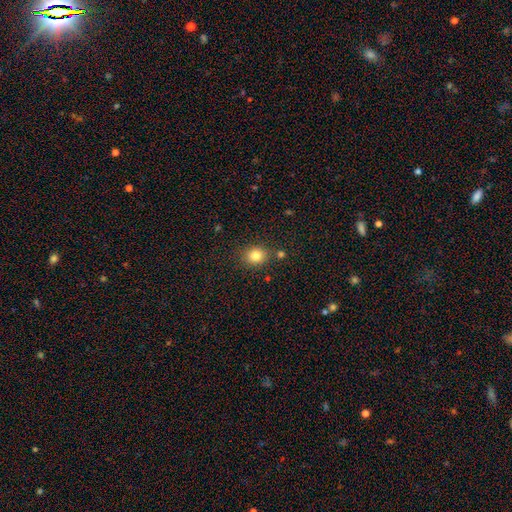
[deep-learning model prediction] Smooth or featured?
  - smooth: 83% *
  - star or artifact: 11%
  - featured or disk: 6%
How rounded?
  - round: 64% *
  - in between: 35%
  - cigar-shaped: 1%
Merging?
  - none: 81% *
  - minor disturbance: 10%
  - merger: 6%
  - major disturbance: 3%